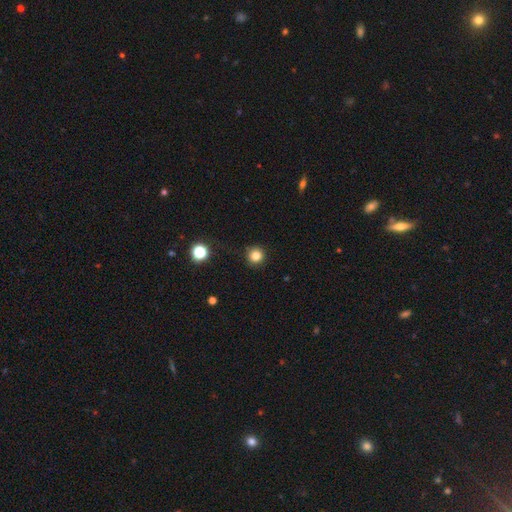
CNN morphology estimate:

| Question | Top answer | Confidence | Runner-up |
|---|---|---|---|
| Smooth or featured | smooth | 81% | star or artifact (13%) |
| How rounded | round | 95% | in between (4%) |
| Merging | none | 91% | minor disturbance (6%) |